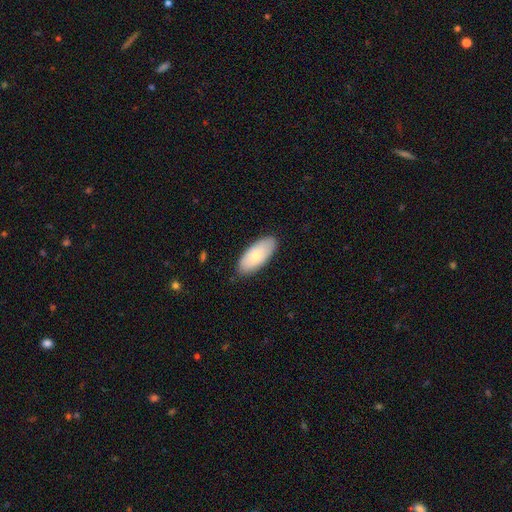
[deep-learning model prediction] smooth 73%, featured or disk 21%, star or artifact 6%. Down the decision tree: how rounded — in between (90%); merging — none (84%).